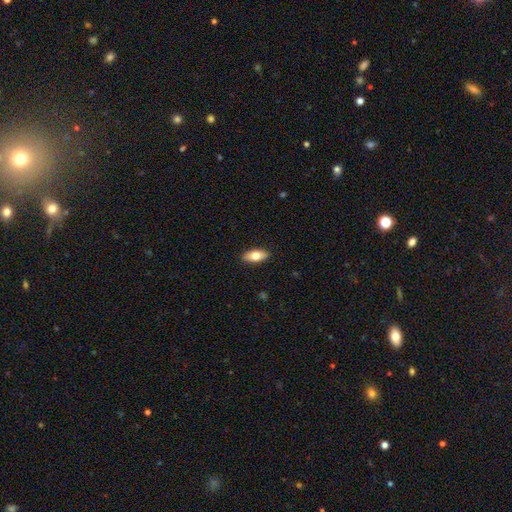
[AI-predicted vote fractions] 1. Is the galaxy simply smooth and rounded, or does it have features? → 74% smooth, 19% featured or disk, 6% star or artifact.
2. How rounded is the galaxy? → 85% in between, 12% cigar-shaped, 3% round.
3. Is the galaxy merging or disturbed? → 90% none, 7% minor disturbance, 2% major disturbance, 1% merger.